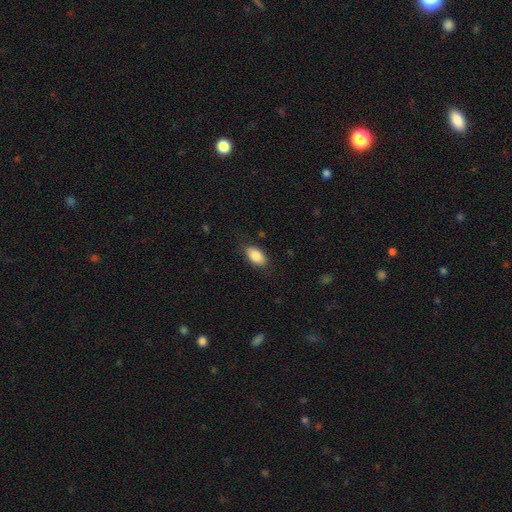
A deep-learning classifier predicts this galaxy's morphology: smooth 85%, featured or disk 8%, star or artifact 7%. Down the decision tree: how rounded — in between (93%); merging — none (81%).